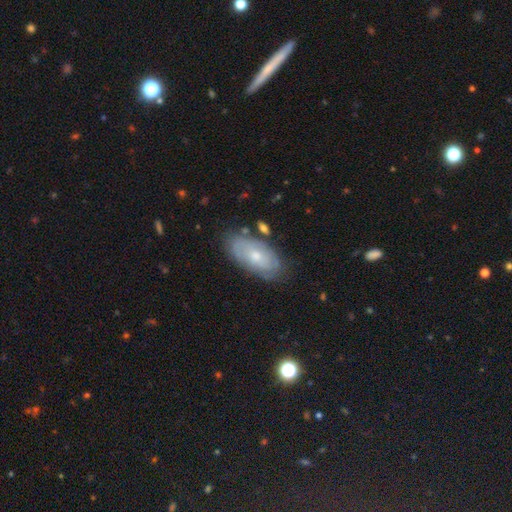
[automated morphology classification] Smooth or featured? featured or disk (51%)
Edge-on disk? no (90%)
Merging? none (72%)